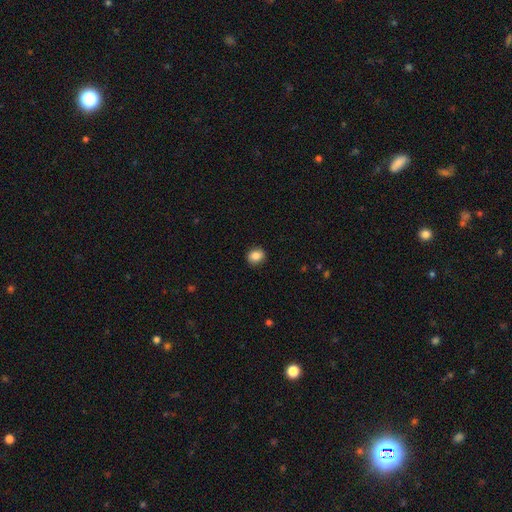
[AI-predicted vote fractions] This appears to be a smooth galaxy with no disk features (86%) that is round (64%). Merging: none (89%).